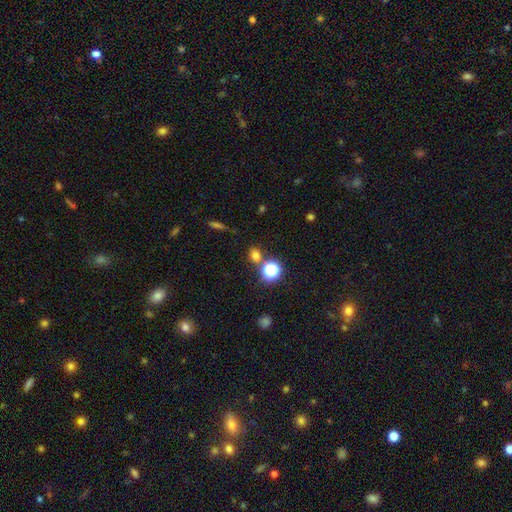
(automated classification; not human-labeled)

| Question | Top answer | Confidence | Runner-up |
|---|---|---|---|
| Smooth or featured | smooth | 68% | star or artifact (26%) |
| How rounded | round | 59% | in between (39%) |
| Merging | none | 73% | merger (14%) |